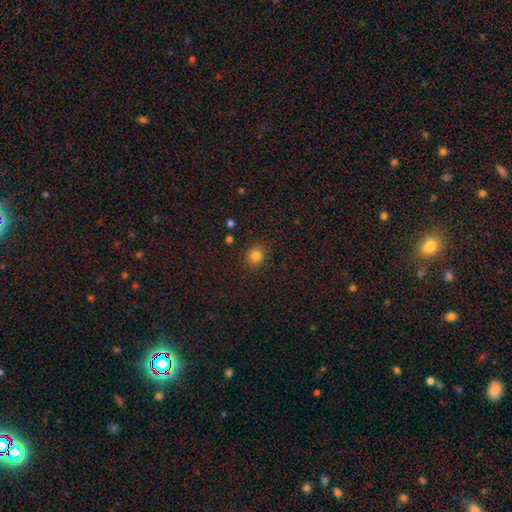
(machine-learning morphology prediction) Smooth or featured? smooth (82%)
How rounded? round (83%)
Merging? none (89%)